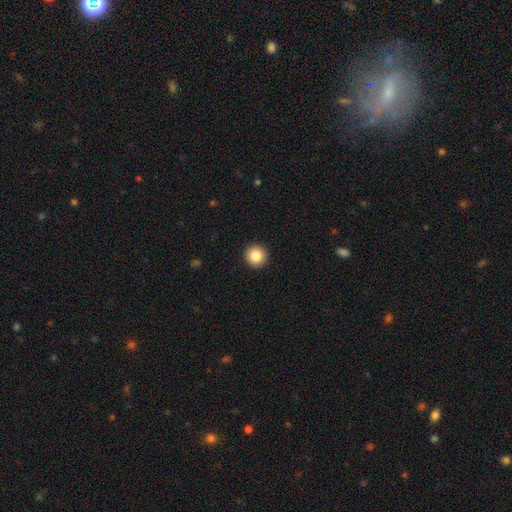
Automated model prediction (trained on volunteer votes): smooth-or-featured: smooth: 85% | star or artifact: 9% | featured or disk: 6%
  how-rounded: round: 96% | in between: 3% | cigar-shaped: 1%
  merging: none: 94% | minor disturbance: 4% | major disturbance: 1% | merger: 1%